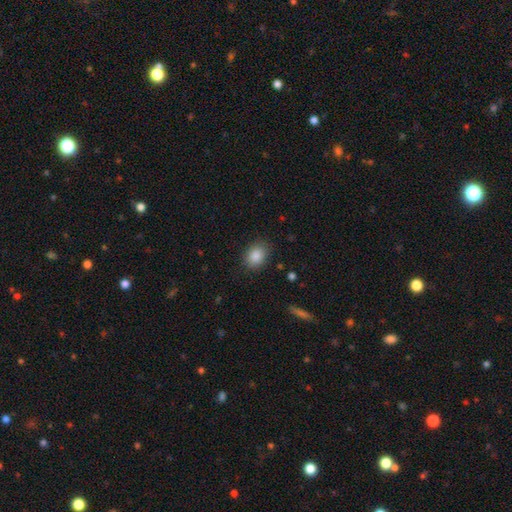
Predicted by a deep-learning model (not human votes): Smooth or featured?
  - smooth: 86% *
  - star or artifact: 9%
  - featured or disk: 5%
How rounded?
  - in between: 59% *
  - round: 40%
  - cigar-shaped: 1%
Merging?
  - none: 85% *
  - minor disturbance: 11%
  - major disturbance: 3%
  - merger: 1%